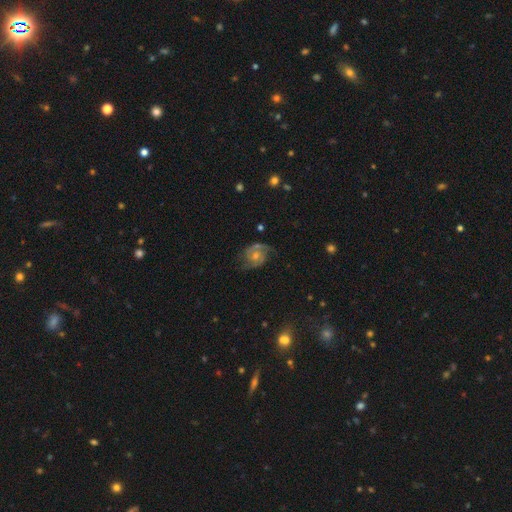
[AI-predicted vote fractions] Overall: featured or disk (78%). Edge-on disk: no (97%). Bar: no (69%). Spiral arms: yes (94%). Spiral arm count: 2 (79%). Spiral winding: medium (48%; tight 39%). Bulge size: moderate (51%; small 42%). Merging: none (73%).